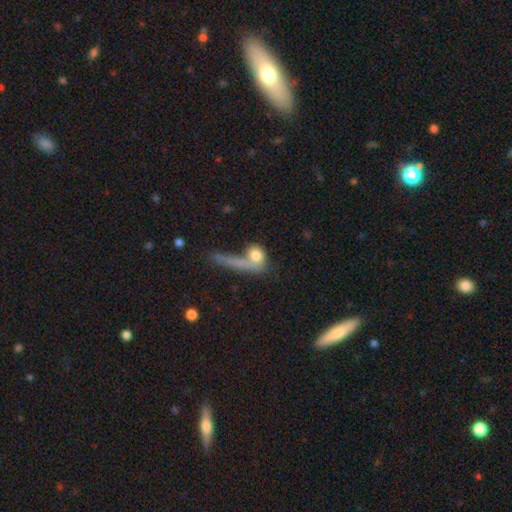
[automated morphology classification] smooth-or-featured: smooth: 71% | featured or disk: 19% | star or artifact: 9%
  how-rounded: round: 47% | in between: 41% | cigar-shaped: 13%
  merging: none: 34% | merger: 33% | major disturbance: 20% | minor disturbance: 13%